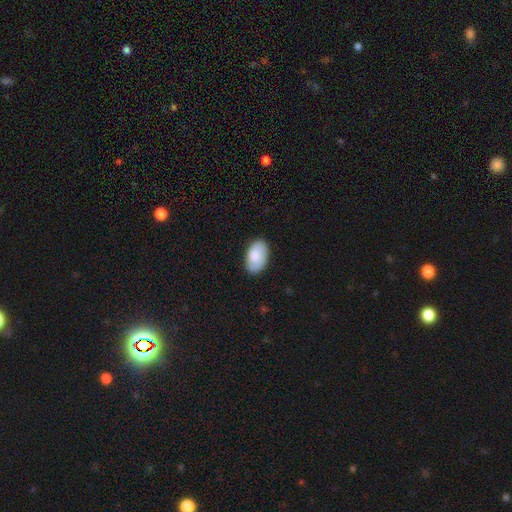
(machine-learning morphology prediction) A smooth galaxy with no disk features (81%) that is in between round and cigar-shaped (94%).

Vote fractions:
- Smooth or featured? smooth: 81% / featured or disk: 13% / star or artifact: 6%
- How rounded? in between: 94% / round: 5% / cigar-shaped: 1%
- Merging? none: 83% / minor disturbance: 13% / major disturbance: 3% / merger: 1%